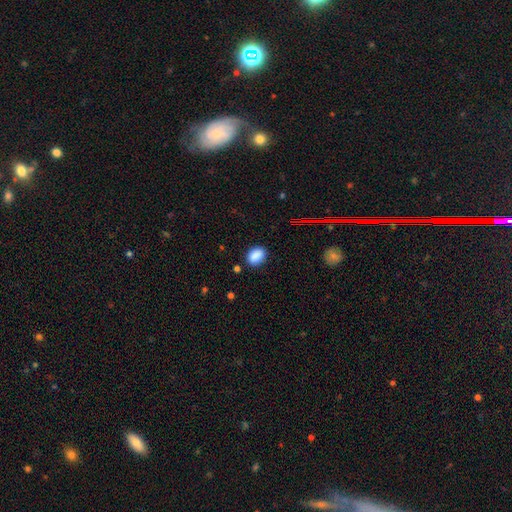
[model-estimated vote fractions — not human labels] Smooth or featured: smooth — 87% (star or artifact — 9%)
How rounded: in between — 75% (round — 24%)
Merging: none — 84% (minor disturbance — 11%)